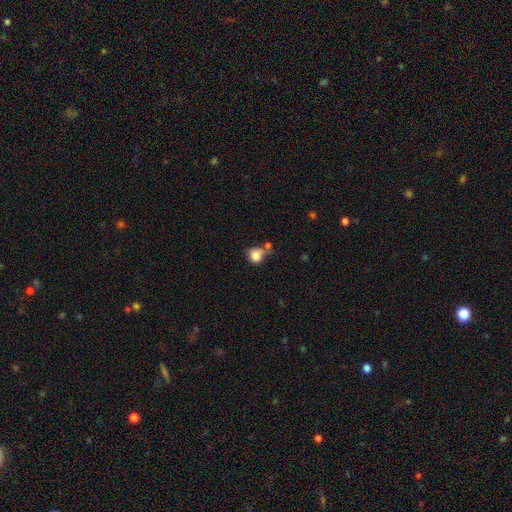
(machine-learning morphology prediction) A smooth galaxy with no disk features (83%) that is round (81%). Merging: none (51%).